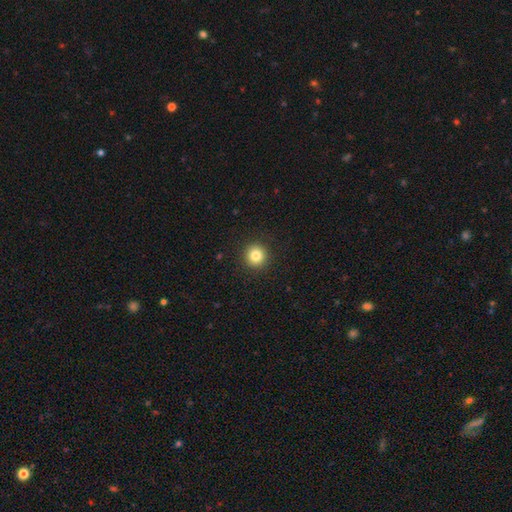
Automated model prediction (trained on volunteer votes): A smooth galaxy with no disk features (83%) that is round (94%). Merging: none (92%).